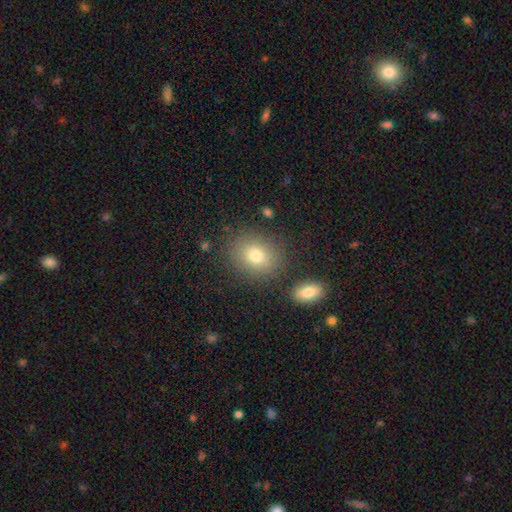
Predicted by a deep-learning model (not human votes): A smooth galaxy with no disk features (77%) that is round (57%).

Vote fractions:
- Smooth or featured? smooth: 77% / star or artifact: 12% / featured or disk: 11%
- How rounded? round: 57% / in between: 42% / cigar-shaped: 1%
- Merging? none: 81% / minor disturbance: 10% / merger: 5% / major disturbance: 4%